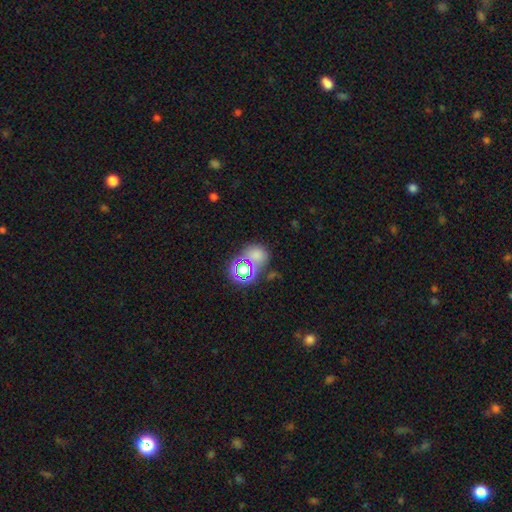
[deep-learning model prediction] This appears to be a smooth galaxy with no disk features (60%) that is round (68%). Merging: none (58%).